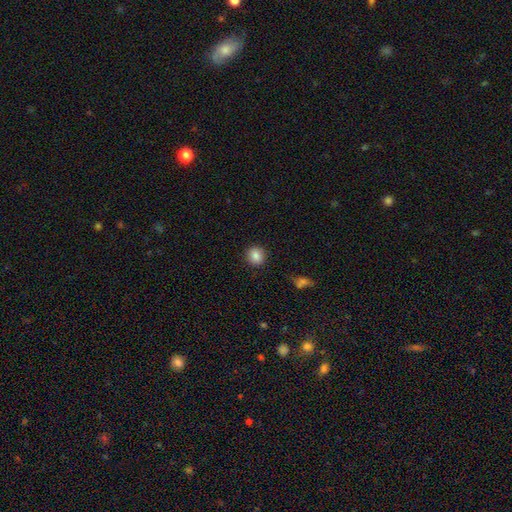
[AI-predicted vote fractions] Q: Smooth or featured?
A: smooth (85%); runner-up: star or artifact (9%)
Q: How rounded?
A: round (88%); runner-up: in between (11%)
Q: Merging?
A: none (90%); runner-up: minor disturbance (6%)